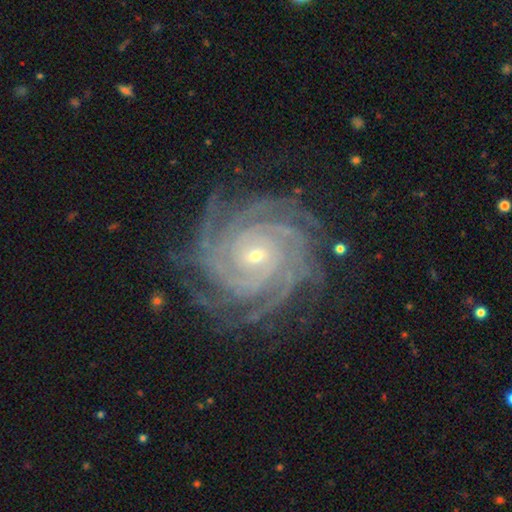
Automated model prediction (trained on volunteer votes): A featured or disk galaxy (93%) with no bar (62%), more than 4 (32%) tight (86%) spiral arms (99%) and a small central bulge (73%). Merging: none (83%).